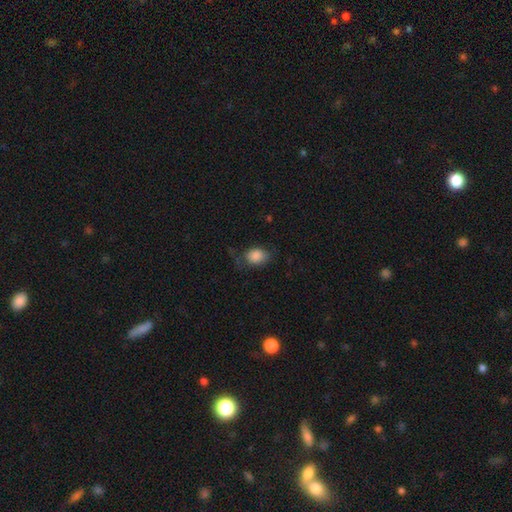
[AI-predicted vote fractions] The model was most divided on "merging": none: 62%, minor disturbance: 25%, major disturbance: 11%, merger: 2%. More confident: smooth or featured — smooth (85%); how rounded — in between (71%).